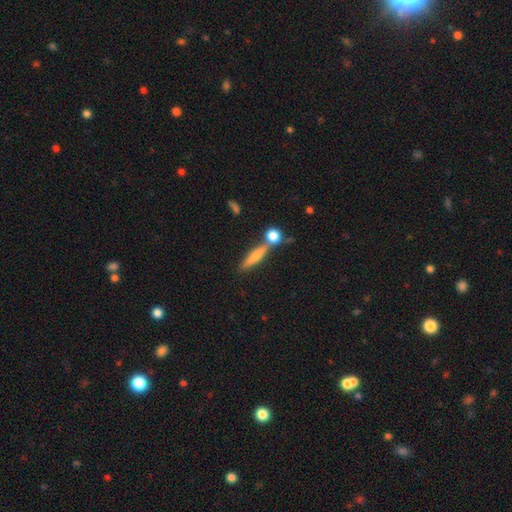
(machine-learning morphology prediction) This appears to be a smooth galaxy with no disk features (57%) that is cigar-shaped (78%). Merging: none (64%).